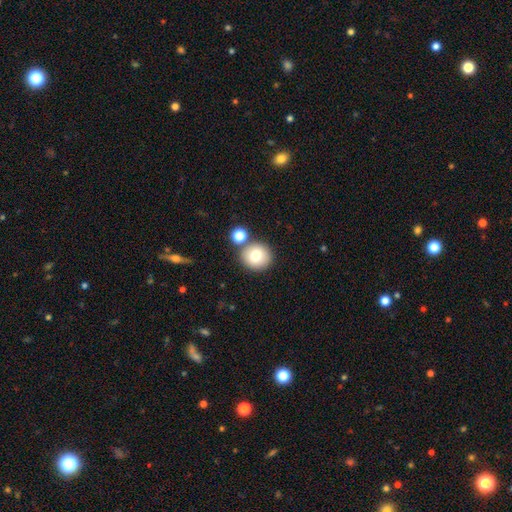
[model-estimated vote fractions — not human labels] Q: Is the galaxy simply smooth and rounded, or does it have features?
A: smooth — 76%.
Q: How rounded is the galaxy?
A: round — 87%.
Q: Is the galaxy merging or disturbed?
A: none — 74%.